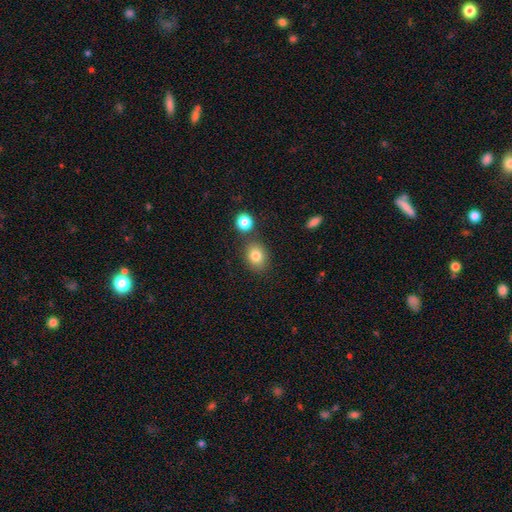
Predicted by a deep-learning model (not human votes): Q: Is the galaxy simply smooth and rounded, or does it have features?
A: smooth — 80%.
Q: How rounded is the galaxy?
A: in between — 55%.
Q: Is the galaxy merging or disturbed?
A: none — 75%.